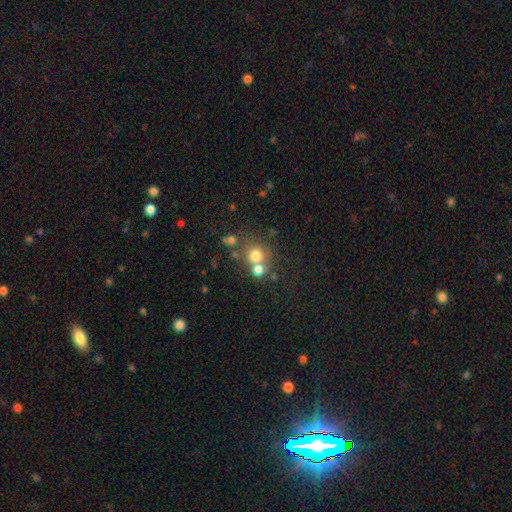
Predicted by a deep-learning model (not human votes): smooth 73%, star or artifact 15%, featured or disk 12%. Down the decision tree: how rounded — round (87%); merging — none (52%).